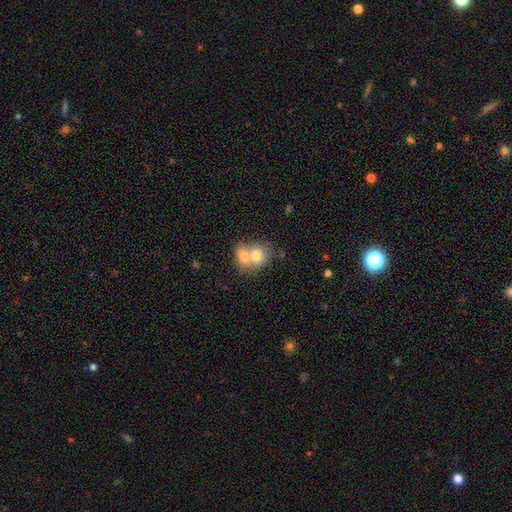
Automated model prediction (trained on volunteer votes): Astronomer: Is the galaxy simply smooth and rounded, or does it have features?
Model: smooth — 71%.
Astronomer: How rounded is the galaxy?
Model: round — 62% (runner-up: in between, 37%).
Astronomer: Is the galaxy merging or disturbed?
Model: merger — 71%.